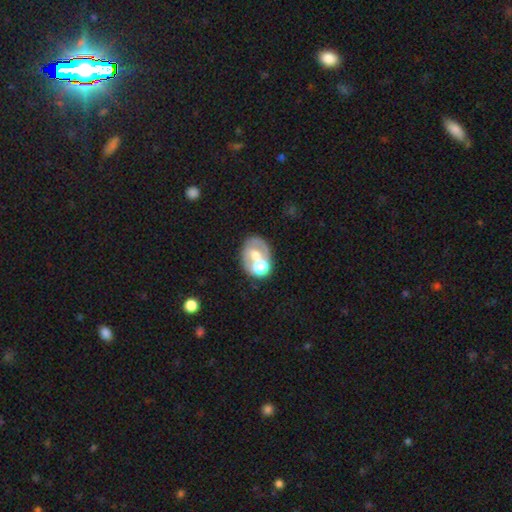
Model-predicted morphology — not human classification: Smooth or featured? Predicted: featured or disk (p=0.44, tied with smooth). Merging? Predicted: none (p=0.39, tied with merger).